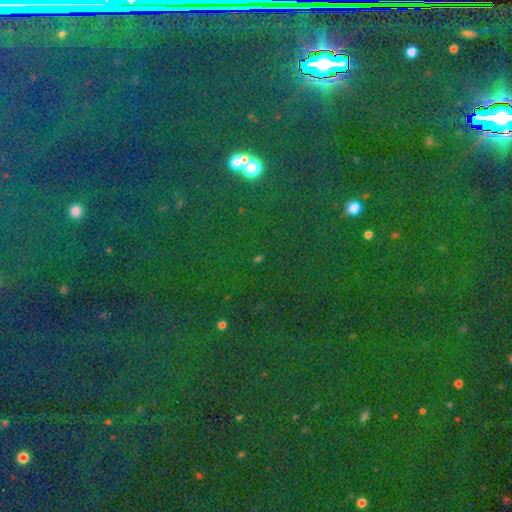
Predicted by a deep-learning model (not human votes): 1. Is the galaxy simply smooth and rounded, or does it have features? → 81% star or artifact, 12% smooth, 8% featured or disk.